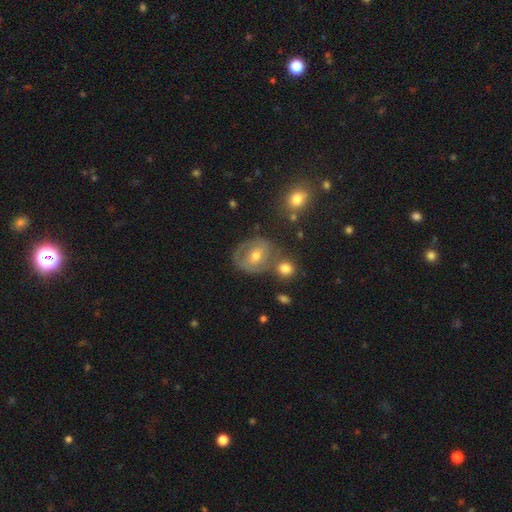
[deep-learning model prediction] The model was most divided on "spiral arms": yes: 53%, no: 47%. Remaining: edge-on disk — no (95%); bulge size — moderate (66%); smooth or featured — featured or disk (53%); merging — none (53%); bar — no (45%).